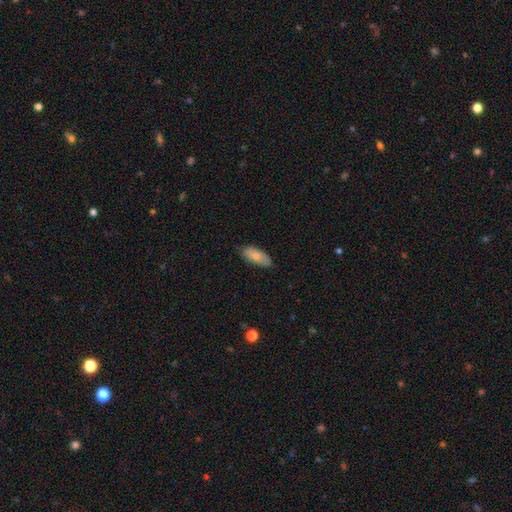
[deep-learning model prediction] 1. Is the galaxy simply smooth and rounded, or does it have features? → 82% smooth, 12% featured or disk, 6% star or artifact.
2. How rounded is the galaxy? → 85% in between, 13% cigar-shaped, 2% round.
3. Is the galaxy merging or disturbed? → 80% none, 17% minor disturbance, 3% major disturbance, 1% merger.